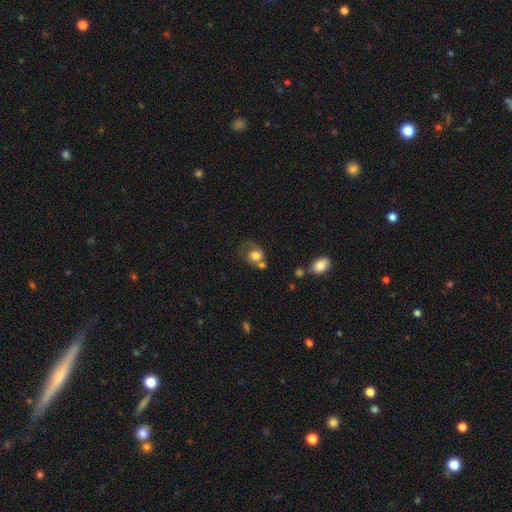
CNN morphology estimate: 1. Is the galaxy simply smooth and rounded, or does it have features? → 72% smooth, 19% featured or disk, 9% star or artifact.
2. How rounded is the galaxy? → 62% round, 37% in between, 1% cigar-shaped.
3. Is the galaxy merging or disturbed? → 32% none, 25% major disturbance, 22% merger, 21% minor disturbance.